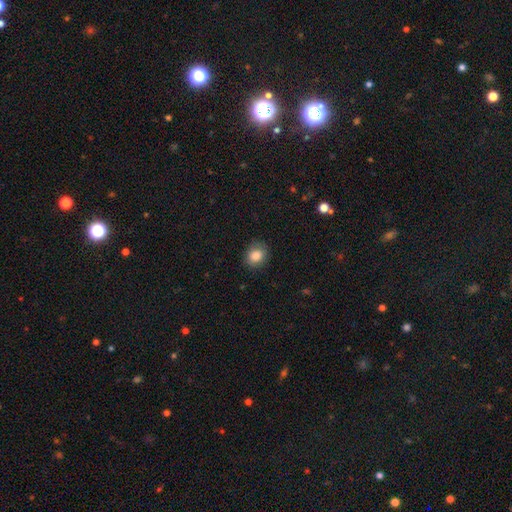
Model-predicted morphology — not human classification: The model was most divided on "how rounded": round: 65%, in between: 34%, cigar-shaped: 1%. More confident: smooth or featured — smooth (85%); merging — none (83%).